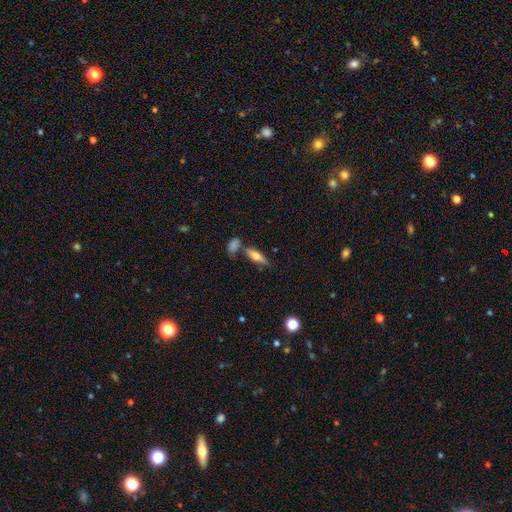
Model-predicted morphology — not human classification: Q: Smooth or featured?
A: smooth (60%); runner-up: featured or disk (33%)
Q: How rounded?
A: in between (50%); runner-up: cigar-shaped (47%)
Q: Merging?
A: none (61%); runner-up: merger (18%)